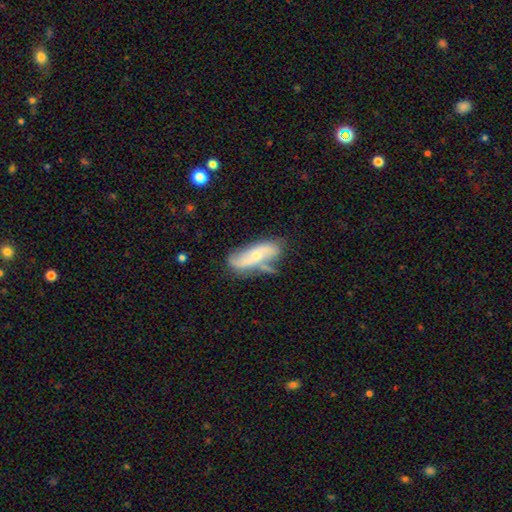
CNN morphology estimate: A featured or disk galaxy (58%). Merging: none (46%).